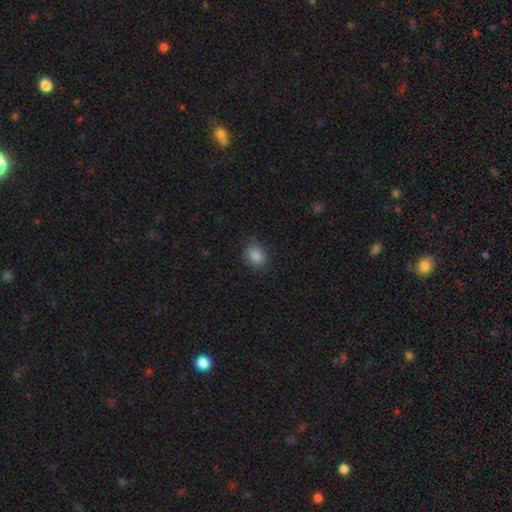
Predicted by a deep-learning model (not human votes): Smooth or featured? smooth (86%)
How rounded? round (56%)
Merging? none (79%)